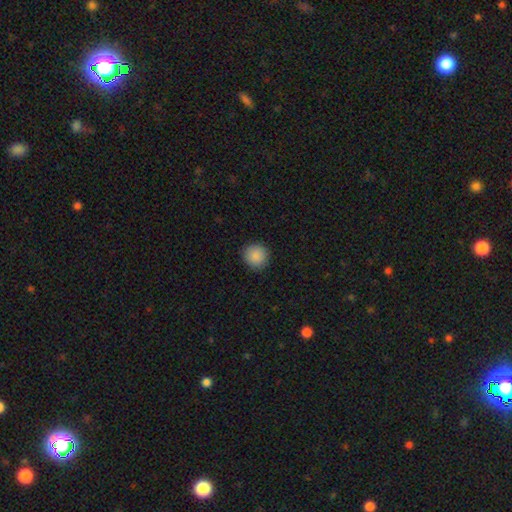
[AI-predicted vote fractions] Morphology: type=smooth (89%); roundness=round (93%); merging=none (91%).